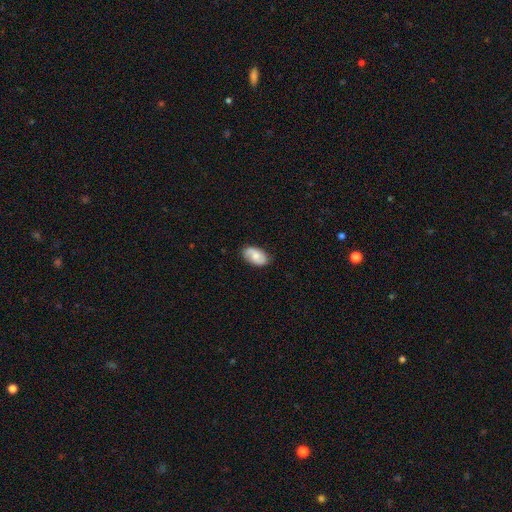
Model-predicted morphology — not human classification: This appears to be a smooth galaxy with no disk features (60%) that is in between round and cigar-shaped (93%). Merging: none (82%).